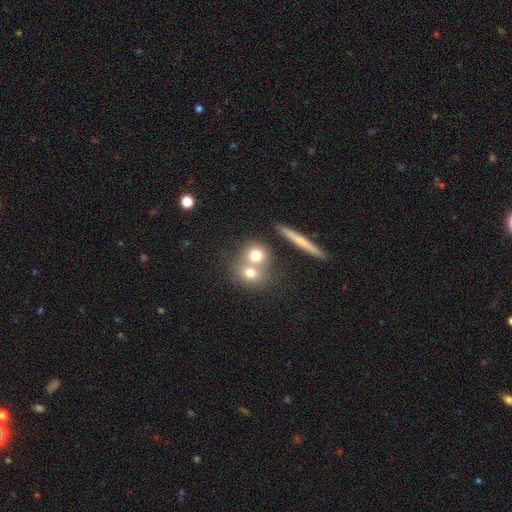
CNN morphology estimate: This is likely a smooth galaxy (70%). How rounded: likely round (76%). Merging: possibly merger (46%).